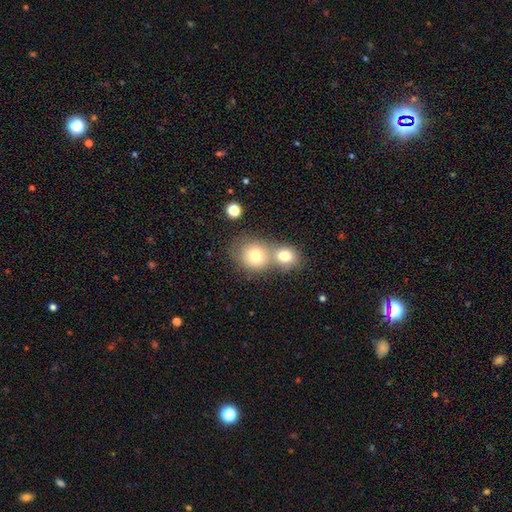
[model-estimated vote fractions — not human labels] Overall: smooth (76%). How rounded: round (76%). Merging: merger (59%; none 31%).